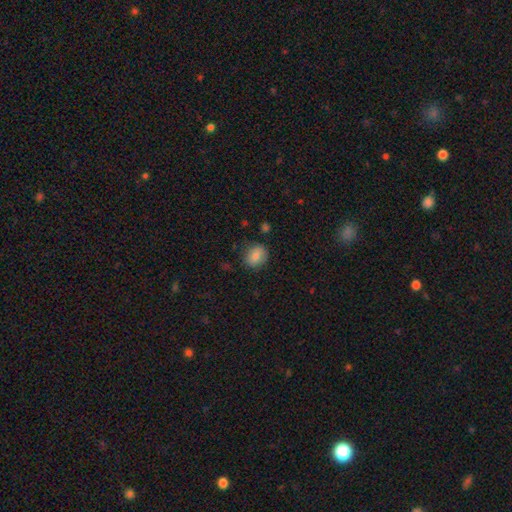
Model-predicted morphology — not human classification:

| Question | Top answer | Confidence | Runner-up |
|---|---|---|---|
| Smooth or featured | smooth | 81% | featured or disk (10%) |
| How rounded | round | 62% | in between (37%) |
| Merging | none | 80% | minor disturbance (15%) |